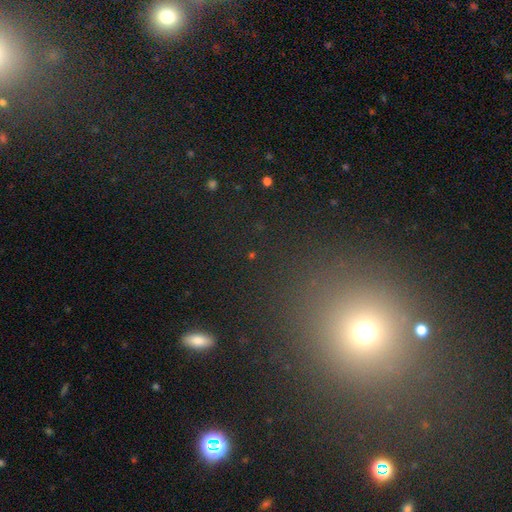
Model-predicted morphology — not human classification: Smooth or featured?
  - star or artifact: 48% *
  - smooth: 43%
  - featured or disk: 9%